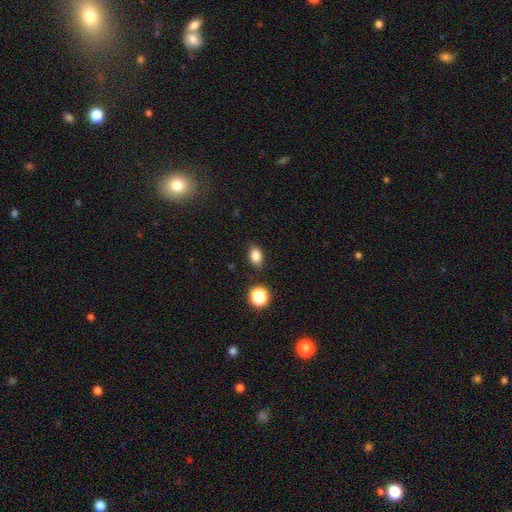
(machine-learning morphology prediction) Overall: smooth (83%). How rounded: in between (79%). Merging: none (84%).